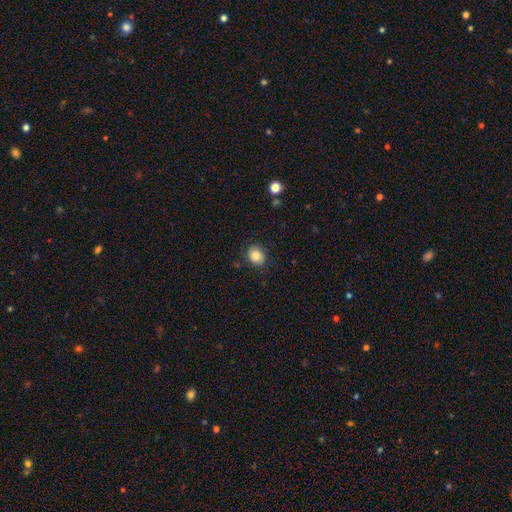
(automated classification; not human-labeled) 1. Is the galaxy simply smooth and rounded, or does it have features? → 83% smooth, 9% star or artifact, 8% featured or disk.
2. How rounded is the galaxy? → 74% round, 25% in between, 1% cigar-shaped.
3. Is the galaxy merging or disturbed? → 79% none, 15% minor disturbance, 4% major disturbance, 1% merger.